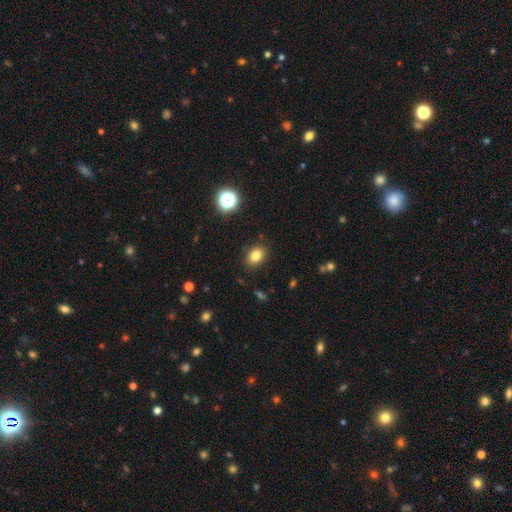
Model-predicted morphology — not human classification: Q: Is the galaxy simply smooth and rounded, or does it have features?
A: smooth — 82%.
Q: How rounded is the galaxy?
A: in between — 65%.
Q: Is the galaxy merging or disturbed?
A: none — 87%.